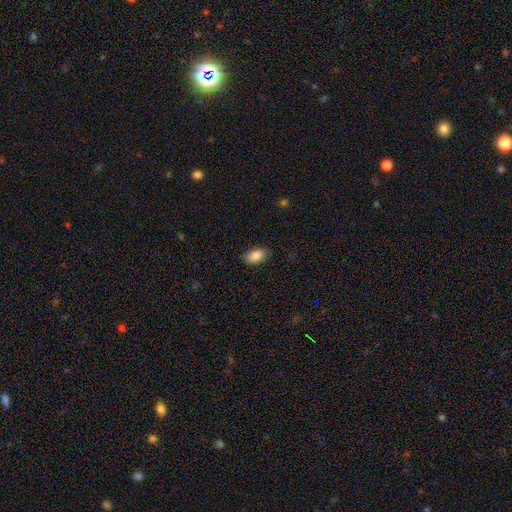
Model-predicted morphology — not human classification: A smooth galaxy with no disk features (88%) that is in between round and cigar-shaped (92%).

Vote fractions:
- Smooth or featured? smooth: 88% / star or artifact: 7% / featured or disk: 5%
- How rounded? in between: 92% / round: 6% / cigar-shaped: 2%
- Merging? none: 81% / minor disturbance: 14% / major disturbance: 3% / merger: 1%